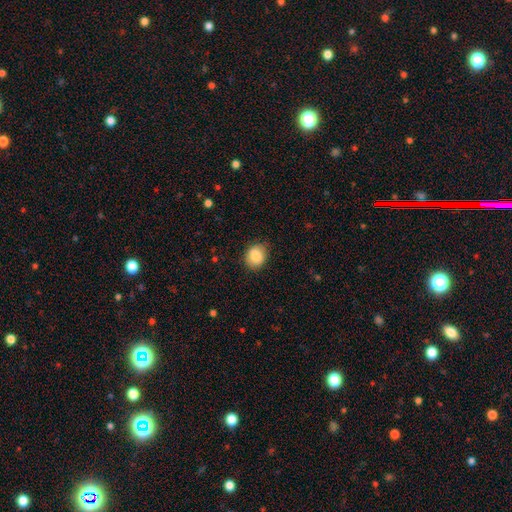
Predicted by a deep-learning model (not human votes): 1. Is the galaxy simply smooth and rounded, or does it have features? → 86% smooth, 8% star or artifact, 6% featured or disk.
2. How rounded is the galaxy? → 61% round, 38% in between, 1% cigar-shaped.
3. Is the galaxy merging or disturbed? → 81% none, 15% minor disturbance, 3% major disturbance, 1% merger.